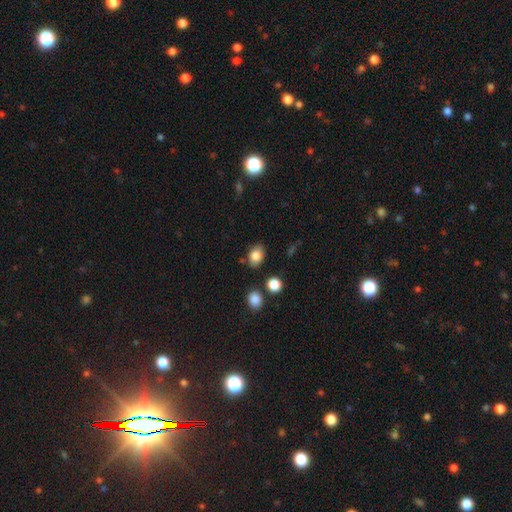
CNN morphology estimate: The model was most divided on "how rounded": in between: 69%, round: 30%, cigar-shaped: 1%. More confident: smooth or featured — smooth (83%); merging — none (80%).